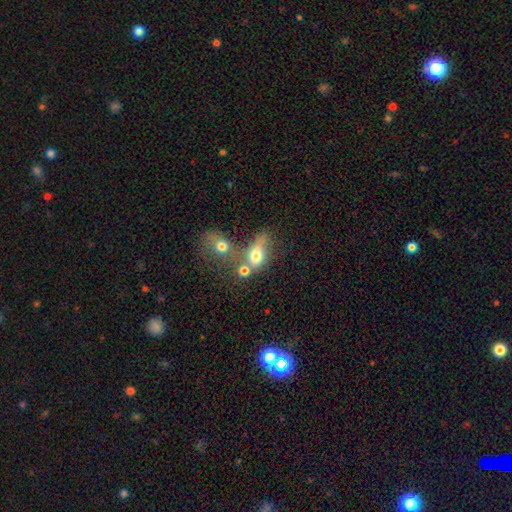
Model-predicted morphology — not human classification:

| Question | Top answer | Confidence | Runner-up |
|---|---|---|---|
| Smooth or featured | smooth | 68% | featured or disk (20%) |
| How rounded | in between | 63% | round (31%) |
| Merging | merger | 55% | none (19%) |